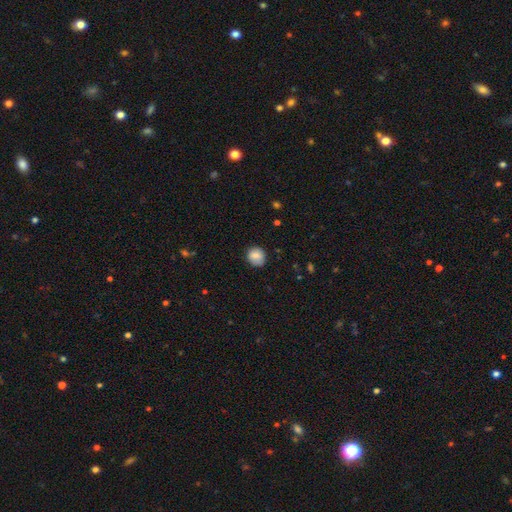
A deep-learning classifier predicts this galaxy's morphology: Smooth or featured? smooth (83%)
How rounded? round (84%)
Merging? none (83%)